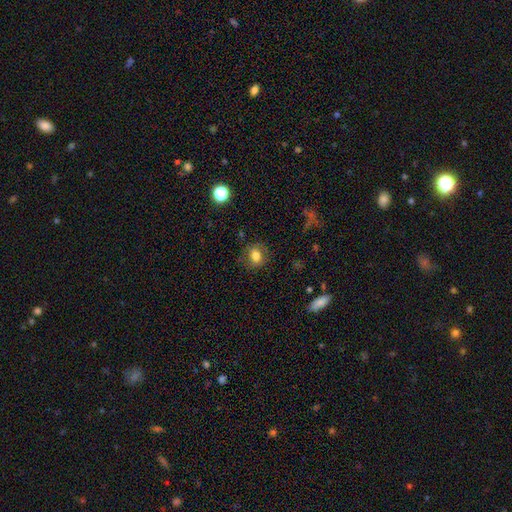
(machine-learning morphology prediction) The model was most divided on "how rounded": round: 68%, in between: 31%, cigar-shaped: 1%. More confident: merging — none (80%); smooth or featured — smooth (77%).